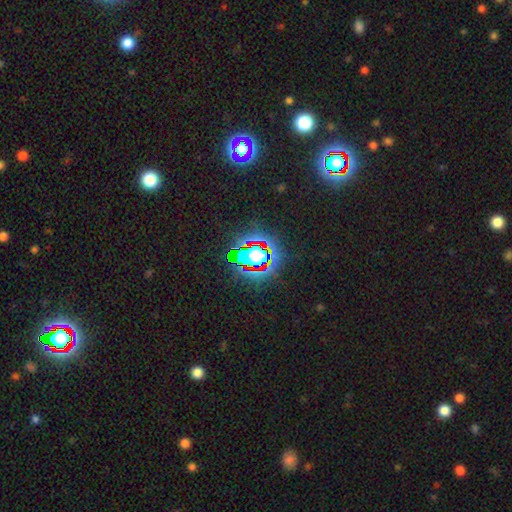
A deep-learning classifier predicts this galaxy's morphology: The model was most divided on "smooth or featured": star or artifact: 66%, smooth: 22%, featured or disk: 12%.